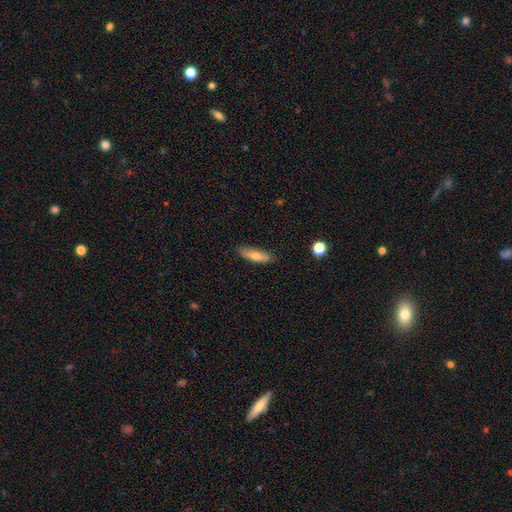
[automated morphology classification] Smooth or featured: smooth — 70% (featured or disk — 23%)
How rounded: cigar-shaped — 65% (in between — 33%)
Merging: none — 83% (minor disturbance — 13%)